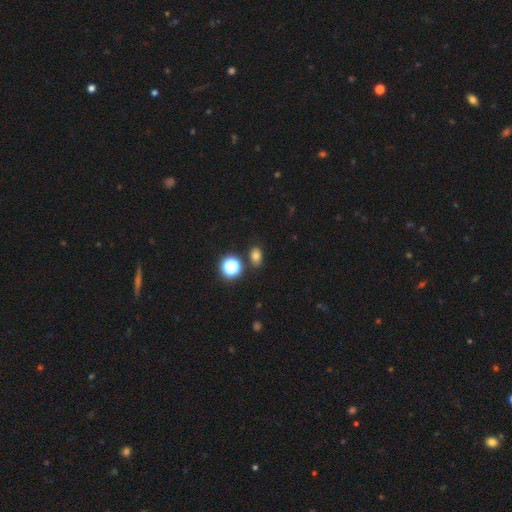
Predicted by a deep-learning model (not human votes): smooth_or_featured: smooth (p=0.73) [alt: star or artifact p=0.20]
how_rounded: in between (p=0.70) [alt: round p=0.28]
merging: none (p=0.82) [alt: minor disturbance p=0.10]